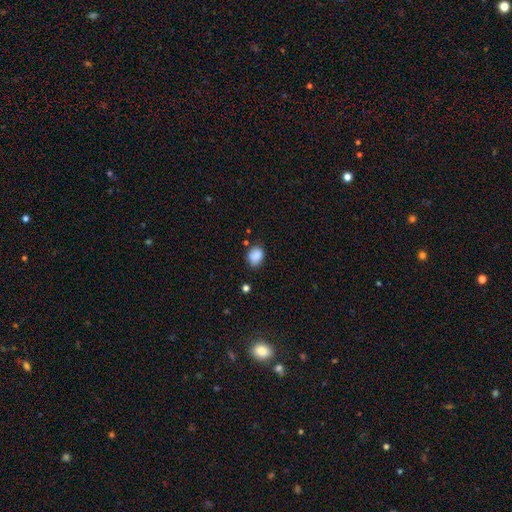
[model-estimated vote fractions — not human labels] Morphology: type=smooth (86%); roundness=in between (58%); merging=none (67%).